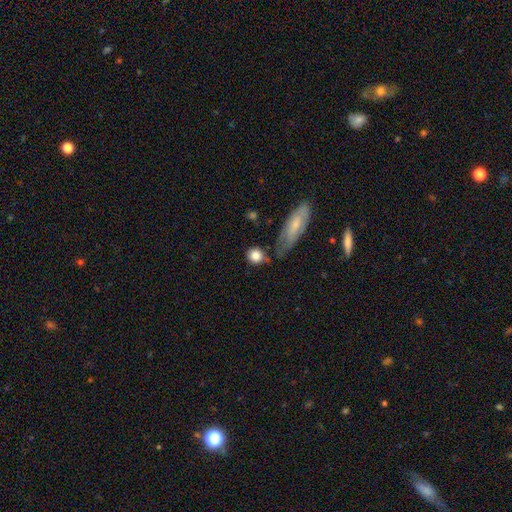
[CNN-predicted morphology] A smooth galaxy with no disk features (83%) that is round (79%). Merging: none (64%).